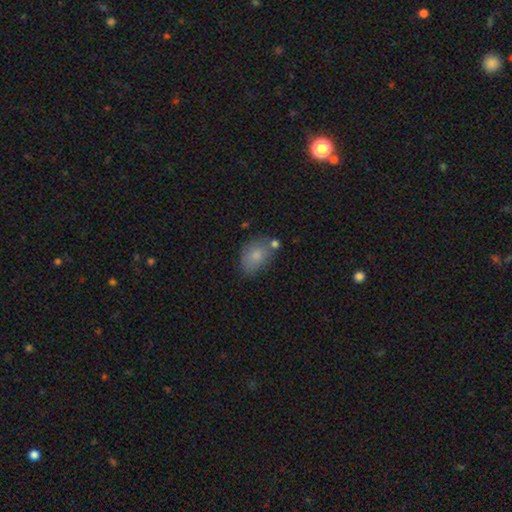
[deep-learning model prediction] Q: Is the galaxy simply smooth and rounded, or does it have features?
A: smooth — 80%.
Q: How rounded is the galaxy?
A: in between — 80%.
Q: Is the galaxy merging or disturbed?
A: none — 58%.